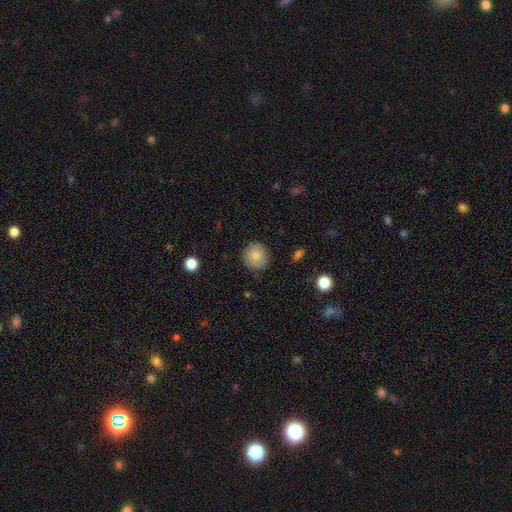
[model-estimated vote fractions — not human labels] The model was most divided on "smooth or featured": smooth: 84%, star or artifact: 9%, featured or disk: 7%. More confident: how rounded — round (91%); merging — none (88%).